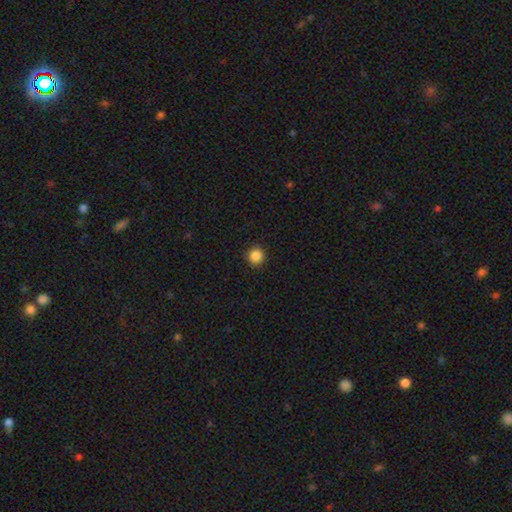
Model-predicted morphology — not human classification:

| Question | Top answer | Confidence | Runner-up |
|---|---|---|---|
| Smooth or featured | smooth | 86% | star or artifact (11%) |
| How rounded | round | 94% | in between (5%) |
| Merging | none | 92% | minor disturbance (5%) |